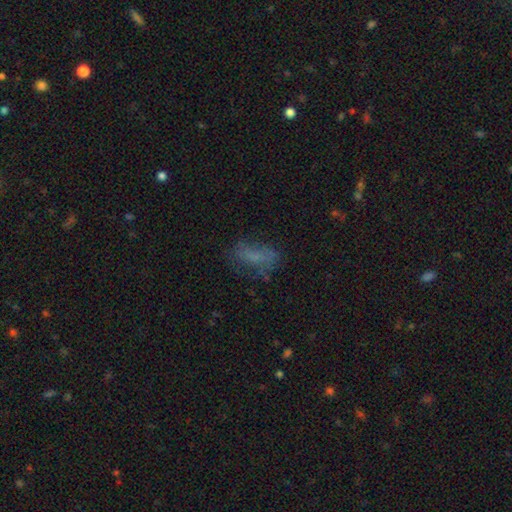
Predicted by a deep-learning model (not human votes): smooth-or-featured: smooth: 55% | featured or disk: 27% | star or artifact: 18%
  how-rounded: in between: 79% | cigar-shaped: 15% | round: 6%
  merging: none: 52% | minor disturbance: 23% | major disturbance: 22% | merger: 3%